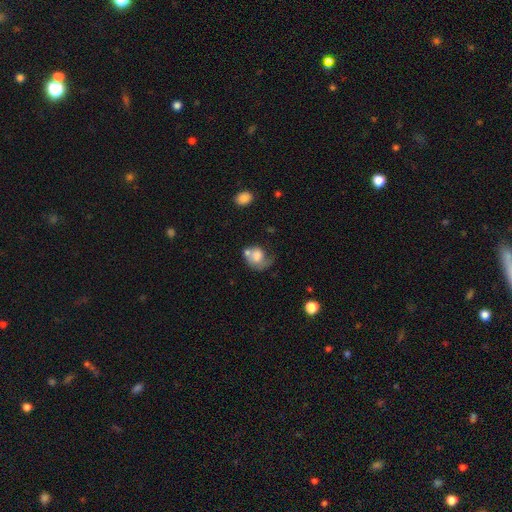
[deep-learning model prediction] A smooth galaxy with no disk features (59%) that is round (57%).

Vote fractions:
- Smooth or featured? smooth: 59% / featured or disk: 33% / star or artifact: 8%
- How rounded? round: 57% / in between: 42% / cigar-shaped: 1%
- Merging? major disturbance: 33% / none: 27% / minor disturbance: 20% / merger: 20%